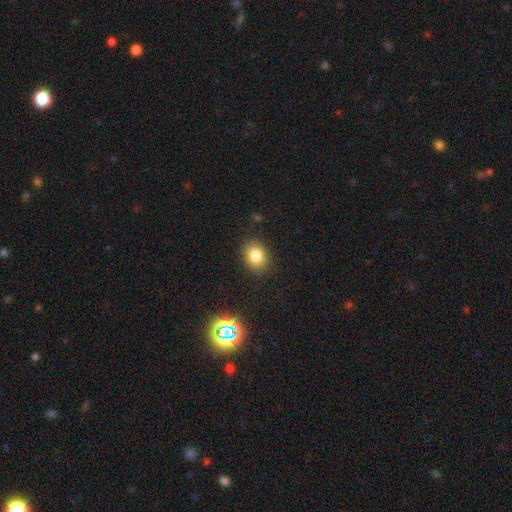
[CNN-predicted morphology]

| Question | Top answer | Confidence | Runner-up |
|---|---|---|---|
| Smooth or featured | smooth | 81% | star or artifact (11%) |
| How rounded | in between | 54% | round (45%) |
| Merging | none | 86% | minor disturbance (10%) |